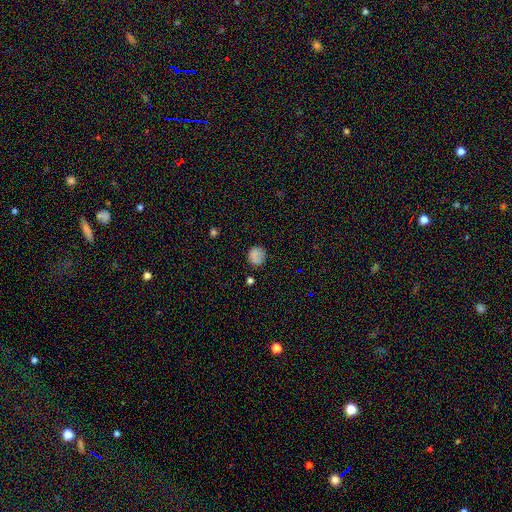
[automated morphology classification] Overall: smooth (82%). How rounded: round (80%). Merging: none (78%).